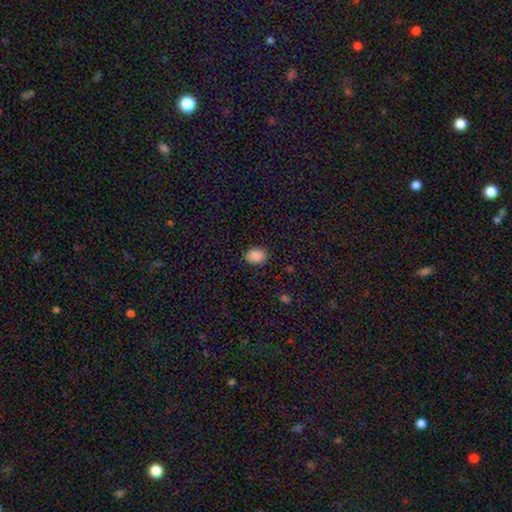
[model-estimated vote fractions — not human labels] Smooth or featured? smooth (88%)
How rounded? in between (60%)
Merging? none (88%)